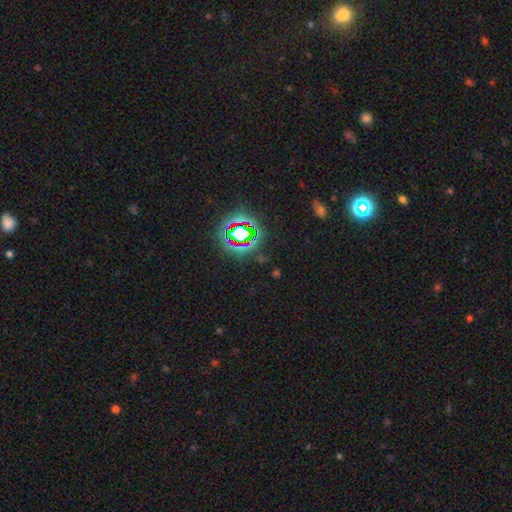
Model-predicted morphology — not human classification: The model was most divided on "smooth or featured": star or artifact: 78%, smooth: 13%, featured or disk: 9%.